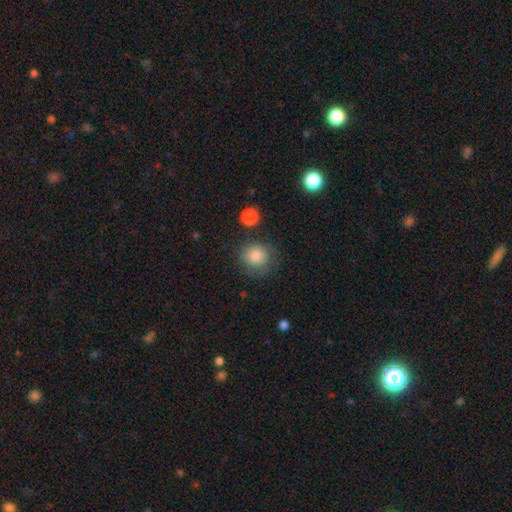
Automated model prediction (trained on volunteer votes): Smooth or featured? smooth (80%)
How rounded? round (85%)
Merging? none (72%)